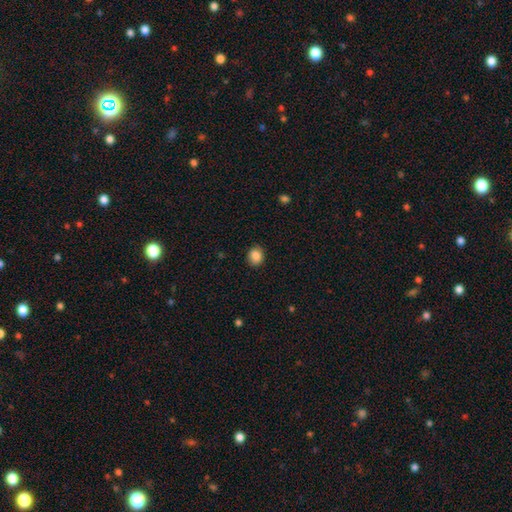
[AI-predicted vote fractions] Overall: smooth (86%). How rounded: round (59%; in between 40%). Merging: none (87%).